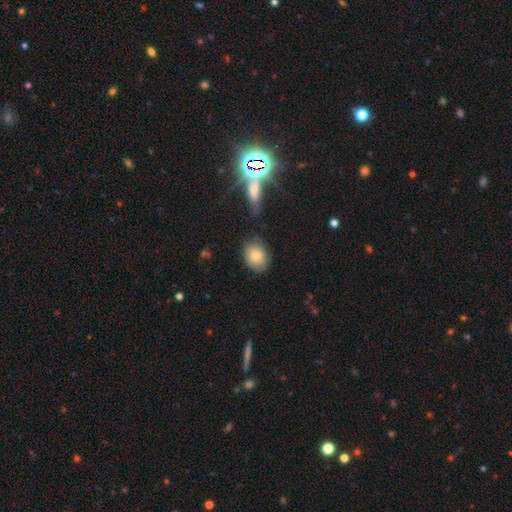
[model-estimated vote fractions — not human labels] Smooth or featured: smooth — 77% (featured or disk — 14%)
How rounded: in between — 55% (round — 44%)
Merging: none — 76% (minor disturbance — 16%)